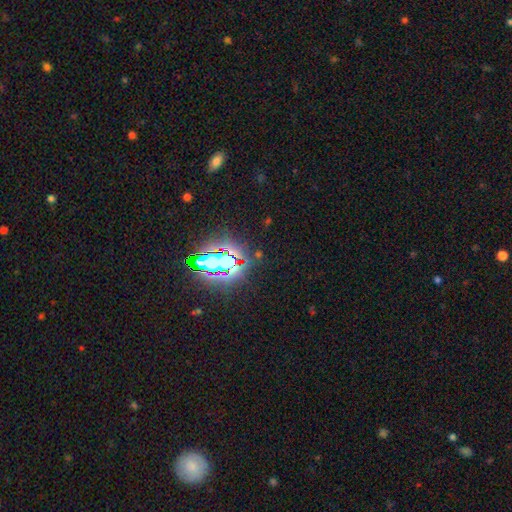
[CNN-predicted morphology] Smooth or featured? Predicted: star or artifact (p=0.76).